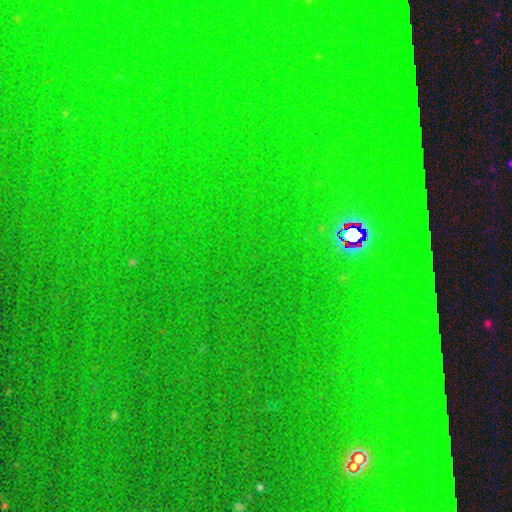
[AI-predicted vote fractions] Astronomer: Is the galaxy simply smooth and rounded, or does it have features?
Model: star or artifact — 81%.